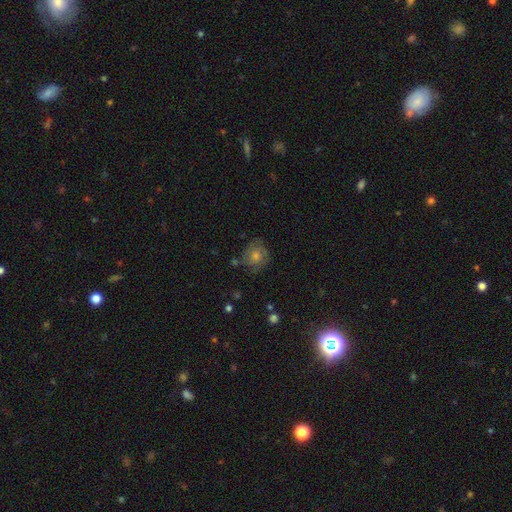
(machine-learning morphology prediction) This is marginally a featured or disk galaxy (42%). Merging: likely none (71%).